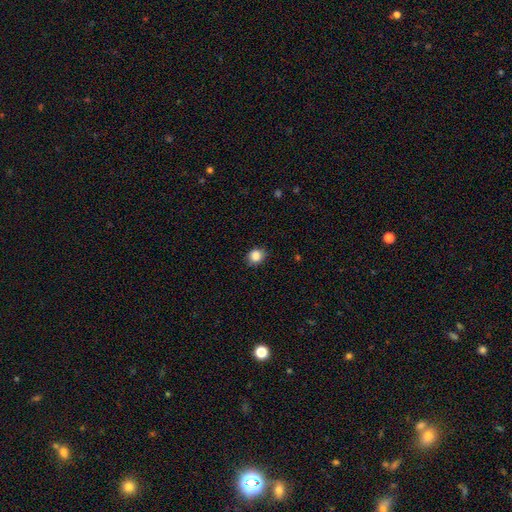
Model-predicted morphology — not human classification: type=smooth (87%); roundness=round (65%); merging=none (84%).